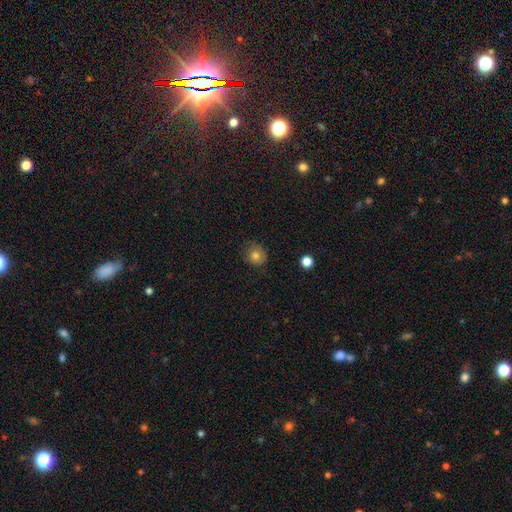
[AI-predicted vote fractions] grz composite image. It shows a smooth galaxy with no disk features (78%) that is round (82%). Merging: none (75%).